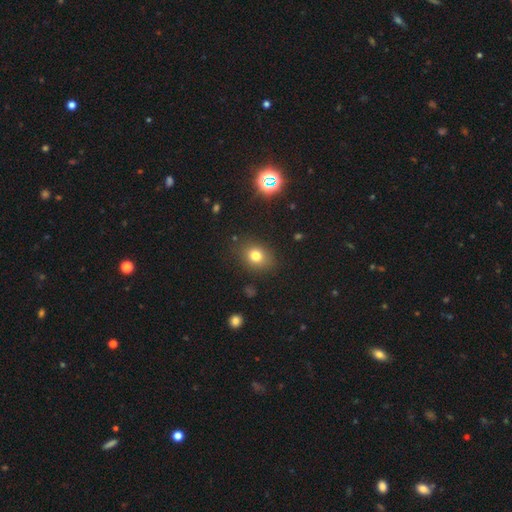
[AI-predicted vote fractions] This appears to be a smooth galaxy with no disk features (76%) that is round (50%). Merging: none (84%).